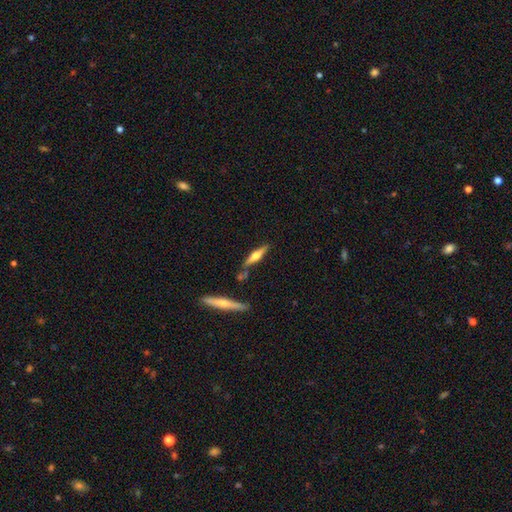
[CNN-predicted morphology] type=featured or disk (62%); edge-on=yes (96%); edge-on bulge=rounded (92%); merging=none (77%).